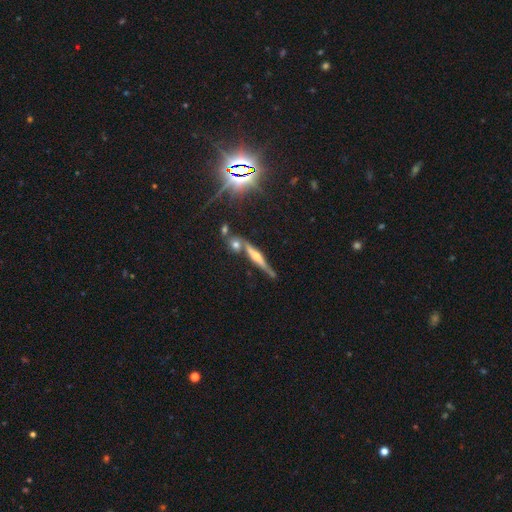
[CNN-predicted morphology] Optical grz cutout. It shows a featured or disk galaxy (62%) viewed edge-on (94%) with a rounded central bulge (66%). Merging: none (67%).